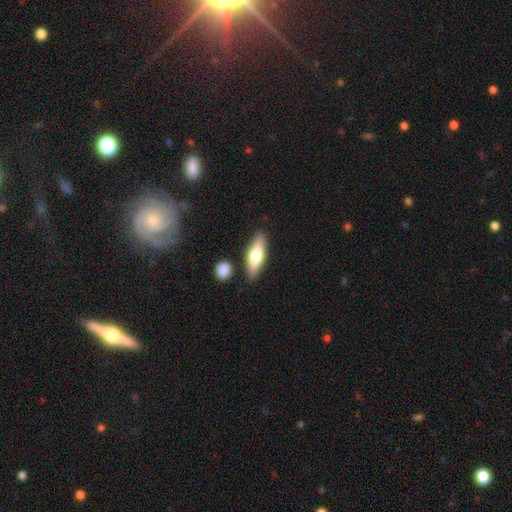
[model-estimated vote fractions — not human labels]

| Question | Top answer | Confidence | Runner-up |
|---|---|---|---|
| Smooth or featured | smooth | 63% | featured or disk (31%) |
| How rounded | in between | 54% | cigar-shaped (43%) |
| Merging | none | 83% | minor disturbance (10%) |